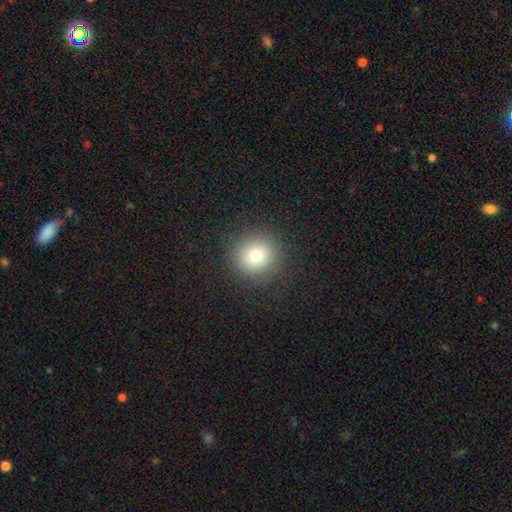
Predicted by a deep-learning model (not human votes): This appears to be a smooth galaxy with no disk features (75%) that is round (94%). Merging: none (89%).